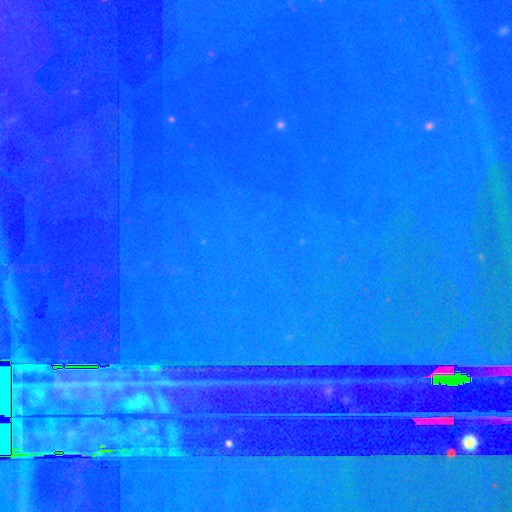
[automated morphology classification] The model was most divided on "smooth or featured": star or artifact: 85%, featured or disk: 8%, smooth: 8%.